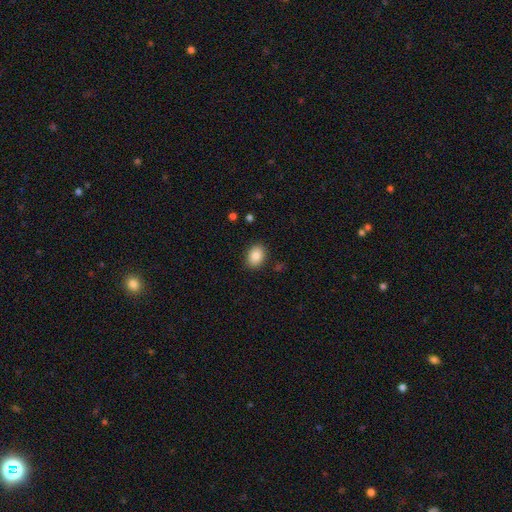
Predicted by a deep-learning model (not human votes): This appears to be a smooth galaxy with no disk features (86%) that is in between round and cigar-shaped (71%). Merging: none (88%).